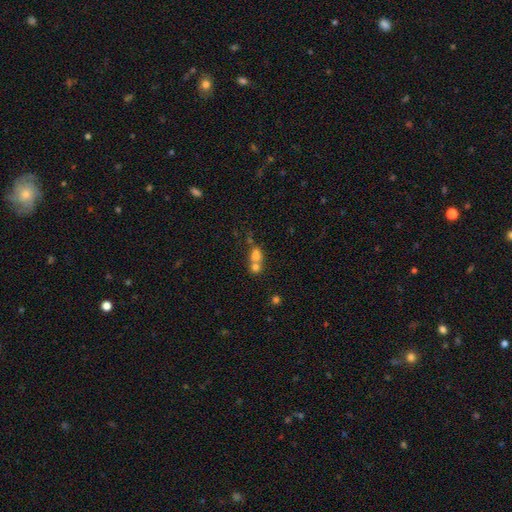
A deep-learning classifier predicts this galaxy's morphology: The model was most divided on "how rounded": round: 52%, in between: 45%, cigar-shaped: 3%. More confident: smooth or featured — smooth (72%); merging — merger (63%).